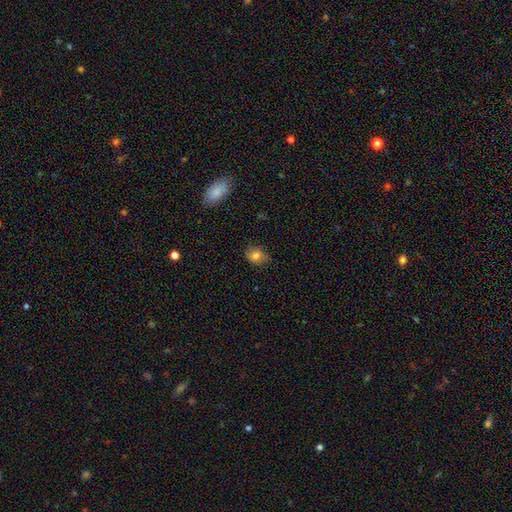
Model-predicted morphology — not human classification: smooth-or-featured: smooth: 81% | star or artifact: 10% | featured or disk: 9%
  how-rounded: round: 52% | in between: 46% | cigar-shaped: 1%
  merging: none: 74% | minor disturbance: 21% | major disturbance: 4% | merger: 1%